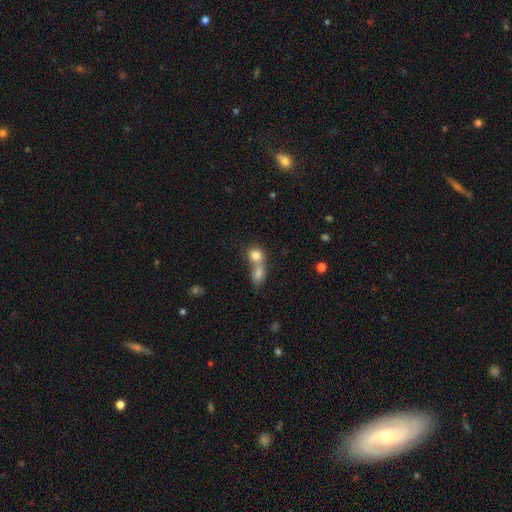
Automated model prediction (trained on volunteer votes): Smooth or featured? smooth (79%)
How rounded? round (68%)
Merging? merger (67%)